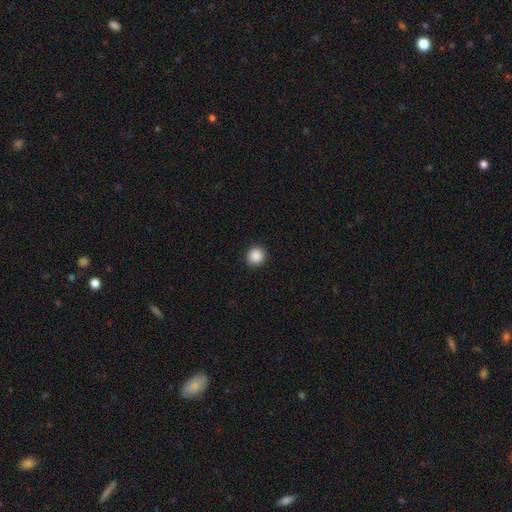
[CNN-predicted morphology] Smooth or featured?
  - smooth: 88% *
  - star or artifact: 9%
  - featured or disk: 3%
How rounded?
  - round: 91% *
  - in between: 8%
  - cigar-shaped: 1%
Merging?
  - none: 92% *
  - minor disturbance: 5%
  - major disturbance: 2%
  - merger: 1%